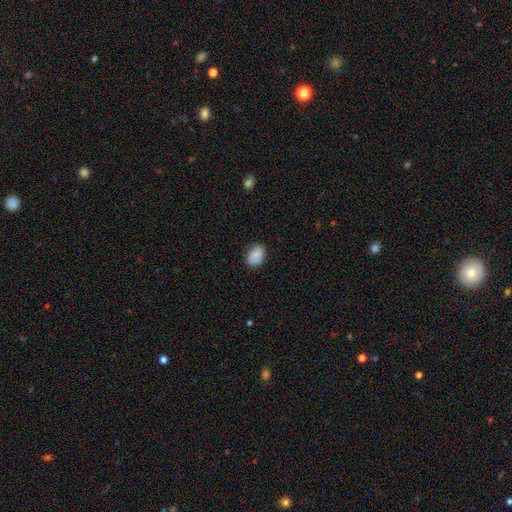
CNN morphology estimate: smooth 85%, featured or disk 8%, star or artifact 7%. Down the decision tree: how rounded — in between (76%); merging — none (80%).